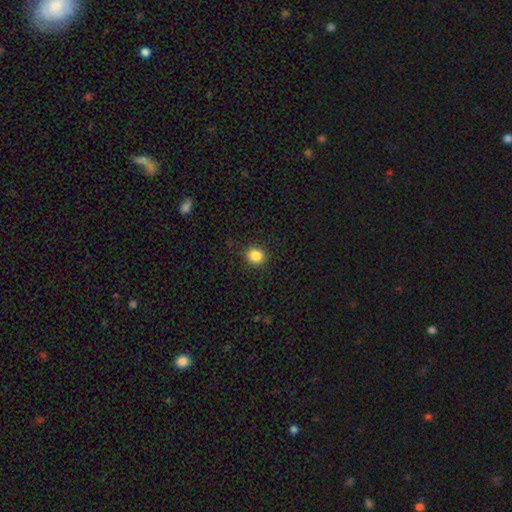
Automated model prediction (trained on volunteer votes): Q: Smooth or featured?
A: smooth (85%); runner-up: star or artifact (11%)
Q: How rounded?
A: round (84%); runner-up: in between (15%)
Q: Merging?
A: none (90%); runner-up: minor disturbance (7%)